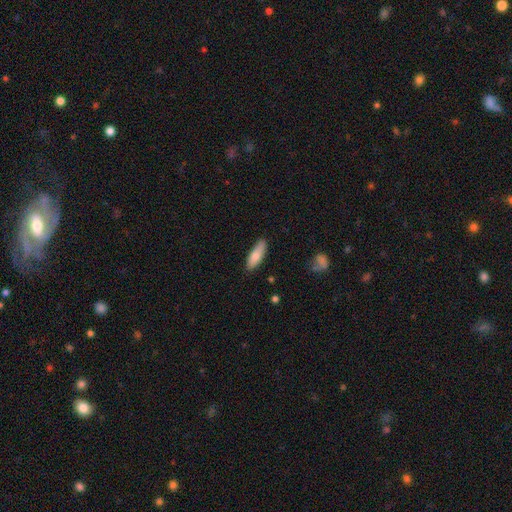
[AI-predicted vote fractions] Smooth or featured? Predicted: smooth (p=0.79). How rounded? Predicted: in between (p=0.54). Merging? Predicted: none (p=0.83).